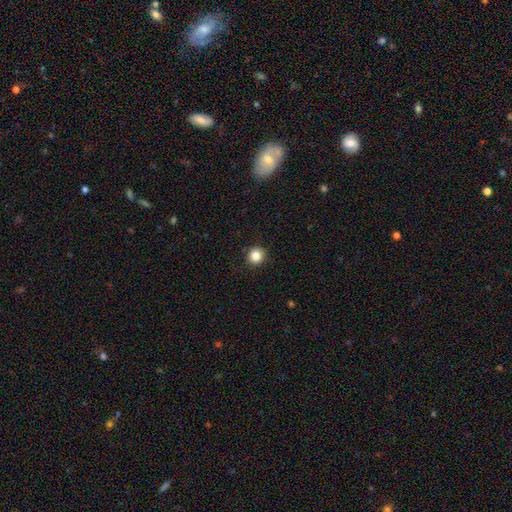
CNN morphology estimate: smooth-or-featured: smooth: 84% | star or artifact: 11% | featured or disk: 4%
  how-rounded: round: 92% | in between: 7% | cigar-shaped: 1%
  merging: none: 90% | minor disturbance: 7% | major disturbance: 2% | merger: 1%